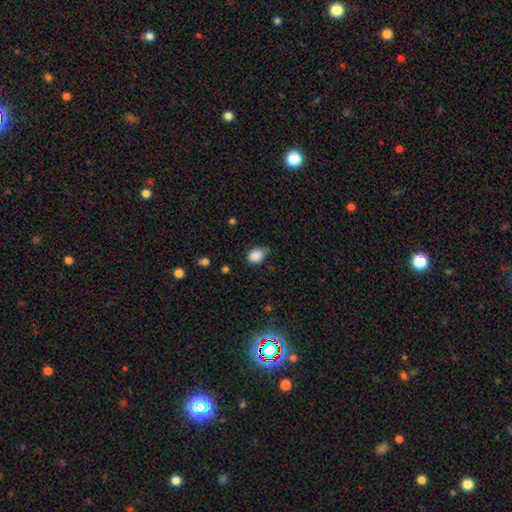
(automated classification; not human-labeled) This appears to be a smooth galaxy with no disk features (86%) that is in between round and cigar-shaped (55%). Merging: none (61%).